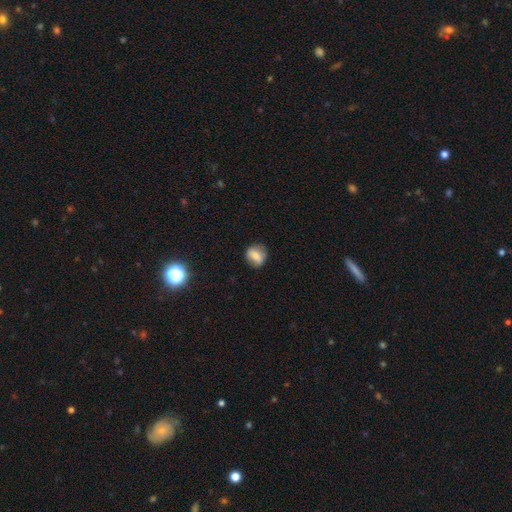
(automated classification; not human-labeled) Smooth or featured?
  - smooth: 71% *
  - featured or disk: 20%
  - star or artifact: 10%
How rounded?
  - round: 65% *
  - in between: 33%
  - cigar-shaped: 2%
Merging?
  - none: 78% *
  - minor disturbance: 16%
  - major disturbance: 4%
  - merger: 1%